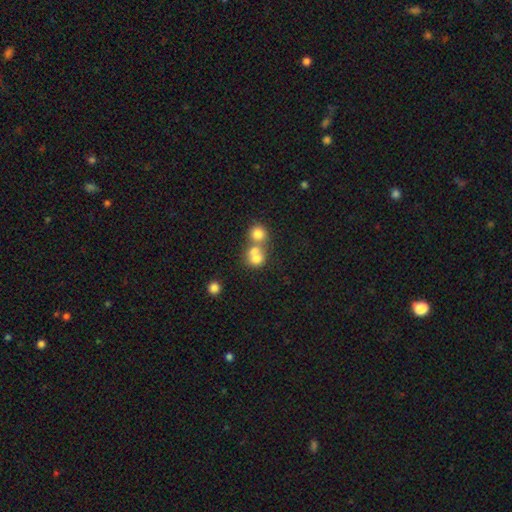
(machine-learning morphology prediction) smooth_or_featured: smooth (p=0.72) [alt: featured or disk p=0.16]
how_rounded: round (p=0.78) [alt: in between p=0.21]
merging: merger (p=0.61) [alt: none p=0.30]